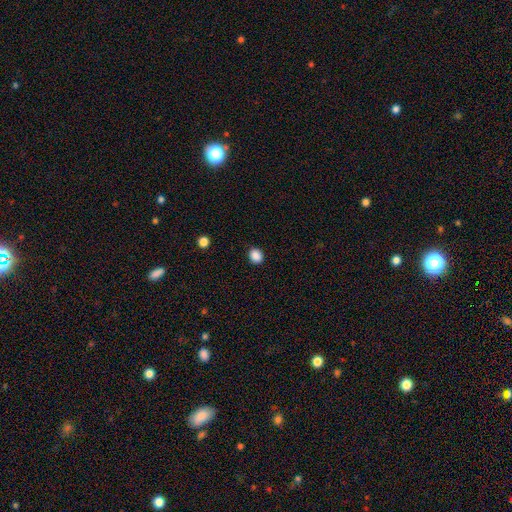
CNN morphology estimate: Smooth or featured?
  - smooth: 88% *
  - star or artifact: 10%
  - featured or disk: 3%
How rounded?
  - round: 59% *
  - in between: 40%
  - cigar-shaped: 1%
Merging?
  - none: 89% *
  - minor disturbance: 8%
  - major disturbance: 2%
  - merger: 1%